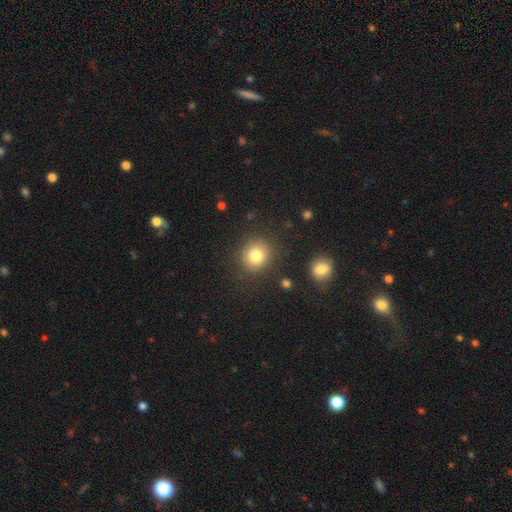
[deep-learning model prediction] smooth_or_featured: smooth (p=0.82) [alt: star or artifact p=0.11]
how_rounded: round (p=0.83) [alt: in between p=0.16]
merging: none (p=0.86) [alt: minor disturbance p=0.08]